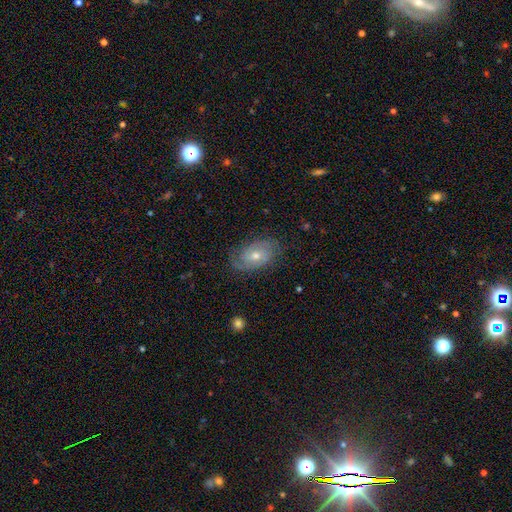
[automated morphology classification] Q: Smooth or featured?
A: featured or disk (81%); runner-up: smooth (12%)
Q: Edge-on disk?
A: no (96%); runner-up: yes (4%)
Q: Bar?
A: no (61%); runner-up: weak (33%)
Q: Spiral arms?
A: yes (95%); runner-up: no (5%)
Q: Spiral winding?
A: tight (58%); runner-up: medium (33%)
Q: Spiral arm count?
A: 2 (70%); runner-up: can't tell (15%)
Q: Bulge size?
A: moderate (62%); runner-up: small (34%)
Q: Merging?
A: none (80%); runner-up: minor disturbance (15%)